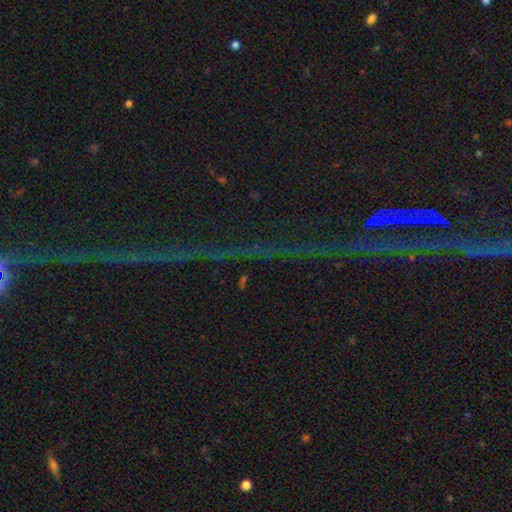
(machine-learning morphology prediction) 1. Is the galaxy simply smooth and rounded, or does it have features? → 81% star or artifact, 12% featured or disk, 7% smooth.